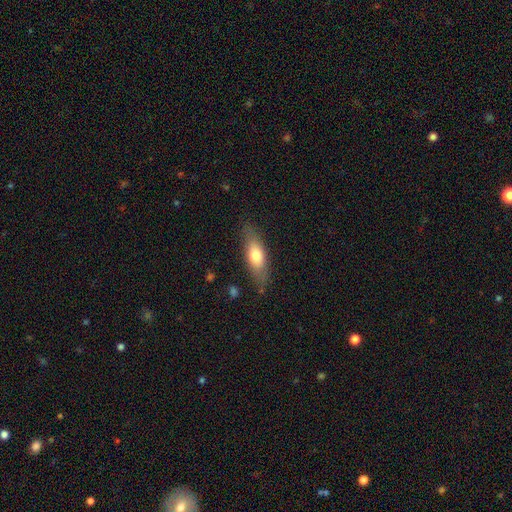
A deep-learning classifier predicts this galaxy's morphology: Smooth or featured?
  - smooth: 68% *
  - featured or disk: 26%
  - star or artifact: 6%
How rounded?
  - in between: 60% *
  - cigar-shaped: 37%
  - round: 3%
Merging?
  - none: 80% *
  - minor disturbance: 14%
  - major disturbance: 4%
  - merger: 2%